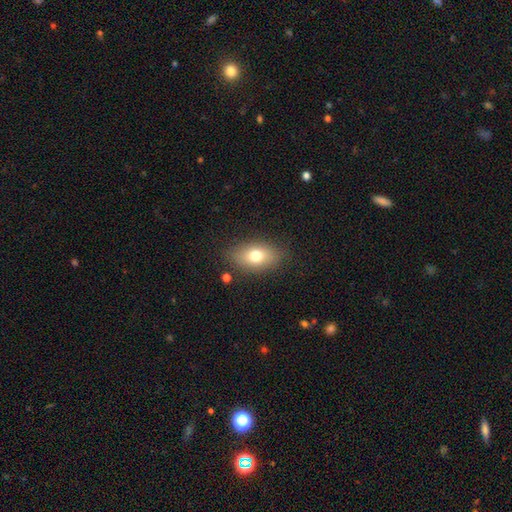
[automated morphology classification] The model was most divided on "smooth or featured": smooth: 75%, featured or disk: 16%, star or artifact: 9%. More confident: how rounded — in between (86%); merging — none (83%).